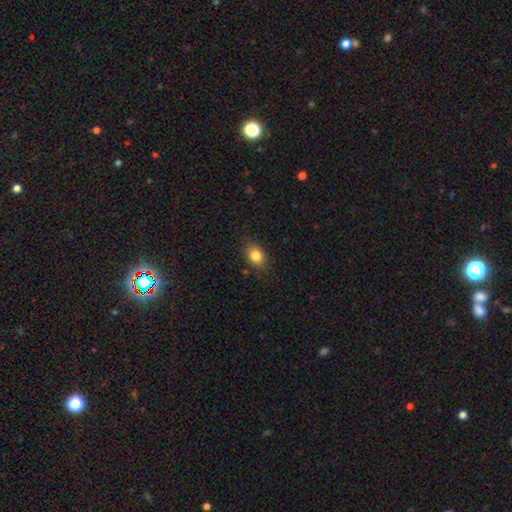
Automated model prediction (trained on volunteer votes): The model was most divided on "how rounded": in between: 76%, round: 22%, cigar-shaped: 2%. More confident: smooth or featured — smooth (84%); merging — none (83%).